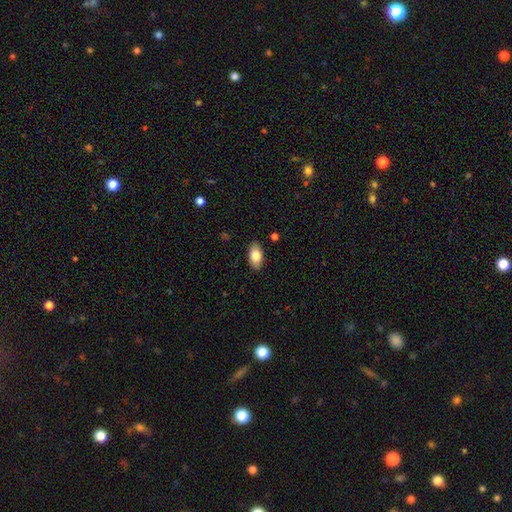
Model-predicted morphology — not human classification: Smooth or featured: smooth — 79% (featured or disk — 14%)
How rounded: in between — 92% (round — 5%)
Merging: none — 88% (minor disturbance — 9%)